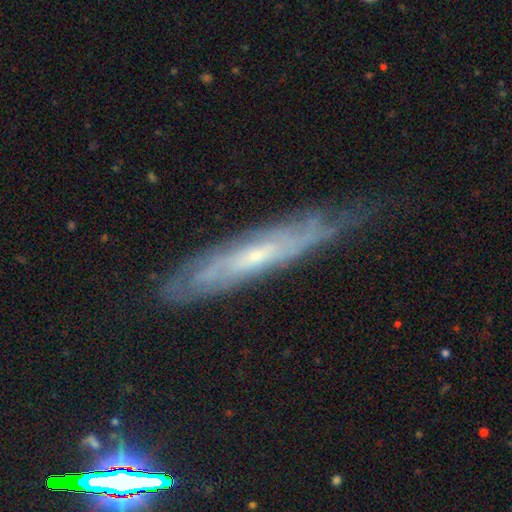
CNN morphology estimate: type=featured or disk (73%); edge-on=yes (52%); merging=none (67%).